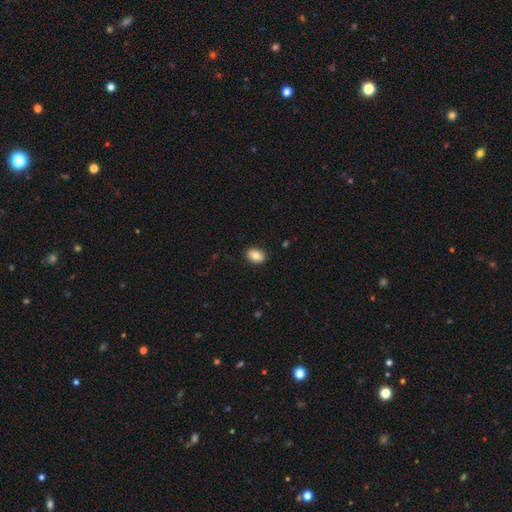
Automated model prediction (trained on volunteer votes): smooth_or_featured: smooth (p=0.81) [alt: featured or disk p=0.11]
how_rounded: in between (p=0.77) [alt: round p=0.21]
merging: none (p=0.89) [alt: minor disturbance p=0.08]